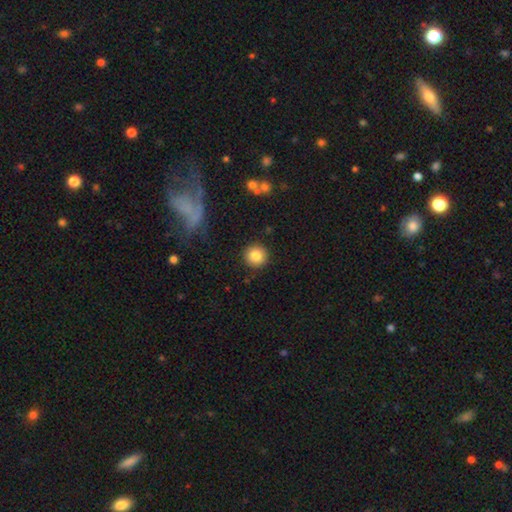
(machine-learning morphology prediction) A smooth galaxy with no disk features (85%) that is round (94%). Merging: none (91%).